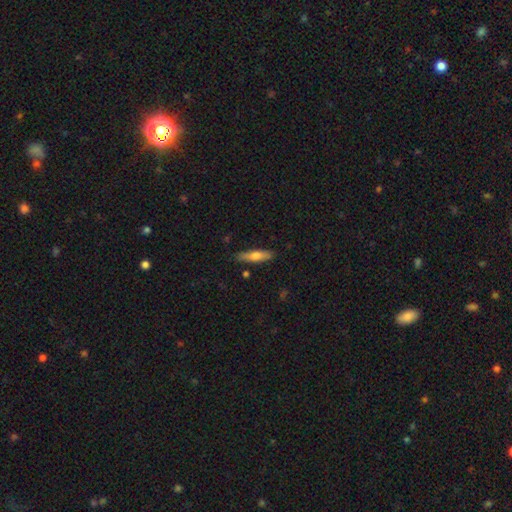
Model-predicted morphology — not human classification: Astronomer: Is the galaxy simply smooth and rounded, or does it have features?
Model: smooth — 62%.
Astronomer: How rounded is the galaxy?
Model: cigar-shaped — 73%.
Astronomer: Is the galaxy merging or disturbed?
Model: none — 85%.